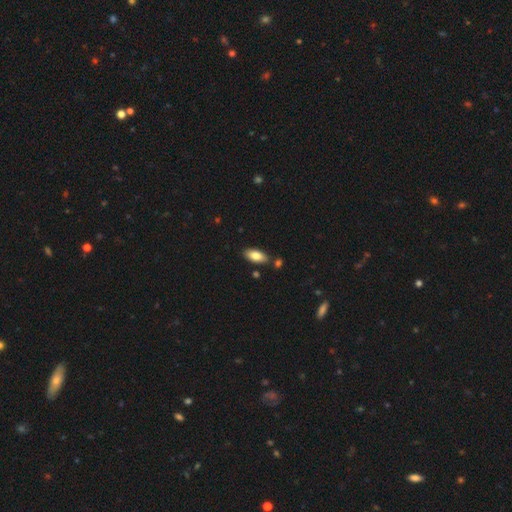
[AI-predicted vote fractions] This is clearly a smooth galaxy (83%). How rounded: clearly in between (89%). Merging: clearly none (82%).